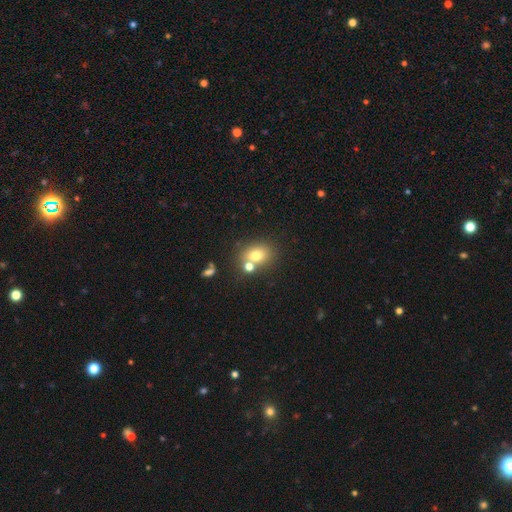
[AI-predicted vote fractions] Smooth or featured? Predicted: smooth (p=0.74). How rounded? Predicted: round (p=0.52). Merging? Predicted: none (p=0.60).